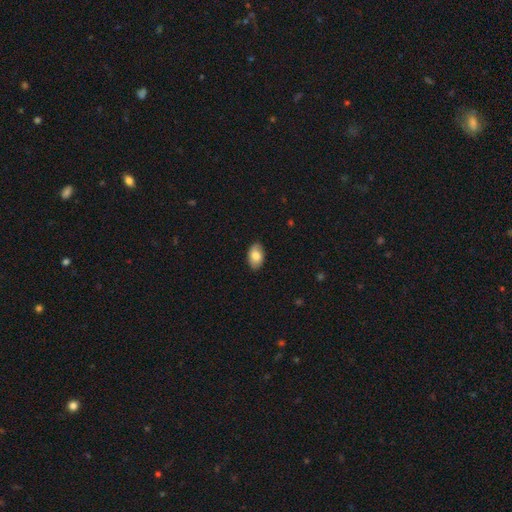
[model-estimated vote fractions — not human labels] smooth_or_featured: smooth (p=0.81) [alt: featured or disk p=0.13]
how_rounded: in between (p=0.91) [alt: round p=0.07]
merging: none (p=0.86) [alt: minor disturbance p=0.11]